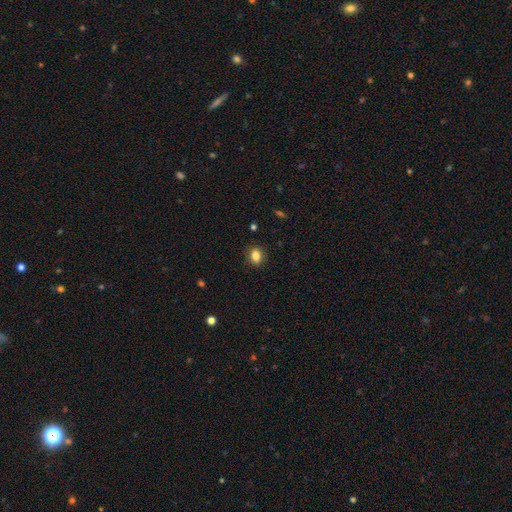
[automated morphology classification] smooth-or-featured: smooth: 85% | star or artifact: 10% | featured or disk: 5%
  how-rounded: in between: 62% | round: 36% | cigar-shaped: 2%
  merging: none: 88% | minor disturbance: 9% | major disturbance: 2% | merger: 1%